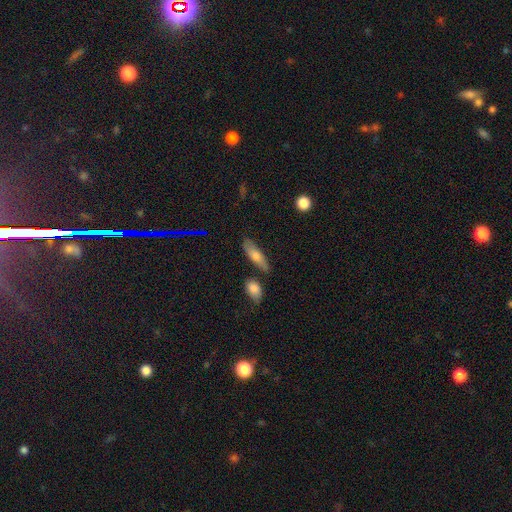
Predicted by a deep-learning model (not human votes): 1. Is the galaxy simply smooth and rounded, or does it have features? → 64% smooth, 28% featured or disk, 9% star or artifact.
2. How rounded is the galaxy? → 52% cigar-shaped, 45% in between, 3% round.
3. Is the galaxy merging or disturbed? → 71% none, 16% minor disturbance, 9% merger, 4% major disturbance.